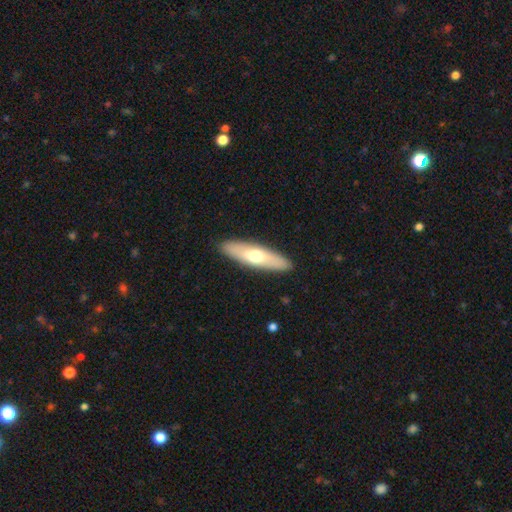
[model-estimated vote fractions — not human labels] smooth 57%, featured or disk 38%, star or artifact 5%. Down the decision tree: how rounded — cigar-shaped (64%); merging — none (90%).